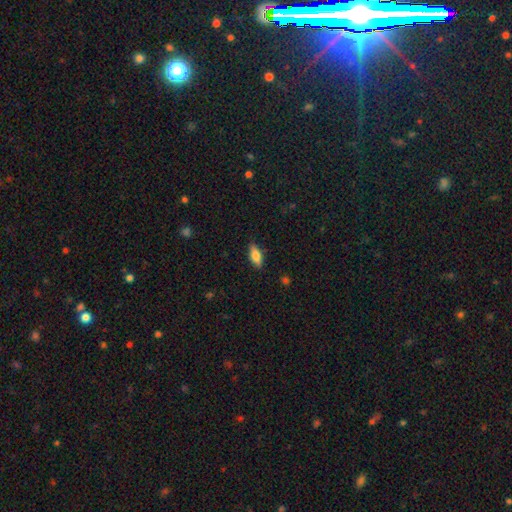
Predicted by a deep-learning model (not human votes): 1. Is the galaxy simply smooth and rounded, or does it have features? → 70% smooth, 23% featured or disk, 7% star or artifact.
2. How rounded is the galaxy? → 75% in between, 22% cigar-shaped, 3% round.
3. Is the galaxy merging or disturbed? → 86% none, 11% minor disturbance, 2% major disturbance, 1% merger.